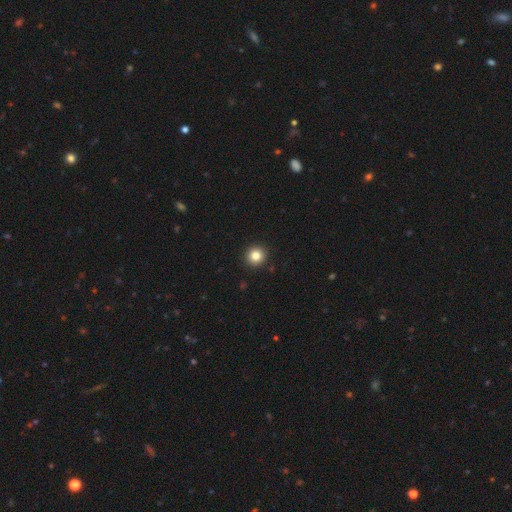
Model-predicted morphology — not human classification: Overall: smooth (83%). How rounded: round (94%). Merging: none (93%).